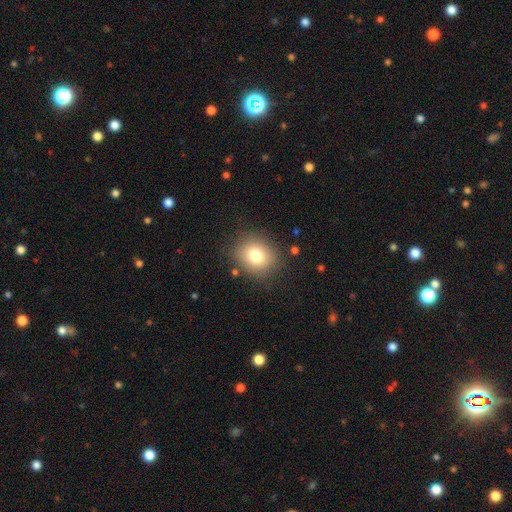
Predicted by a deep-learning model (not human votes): A smooth galaxy with no disk features (78%) that is round (70%). Merging: none (84%).